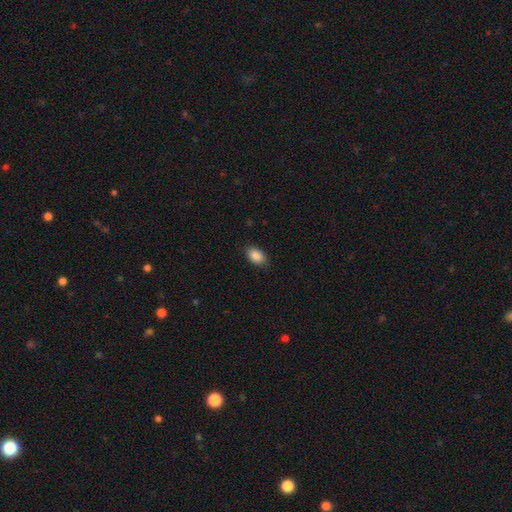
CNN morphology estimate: The model was most divided on "merging": none: 87%, minor disturbance: 10%, major disturbance: 2%, merger: 1%. More confident: how rounded — in between (90%); smooth or featured — smooth (88%).